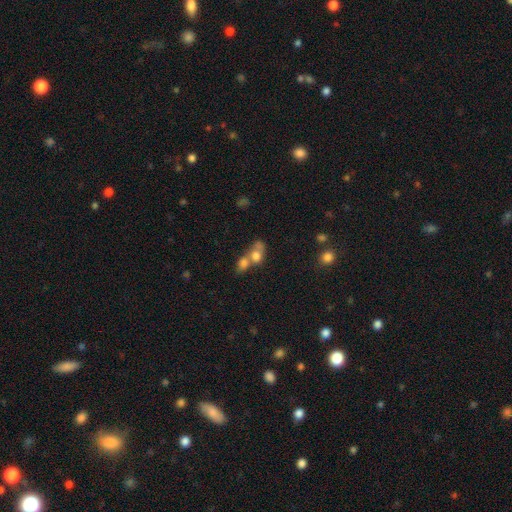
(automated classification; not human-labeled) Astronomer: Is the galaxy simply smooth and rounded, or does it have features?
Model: smooth — 71%.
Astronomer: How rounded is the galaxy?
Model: in between — 51% (runner-up: round, 46%).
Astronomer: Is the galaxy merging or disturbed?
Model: merger — 71%.